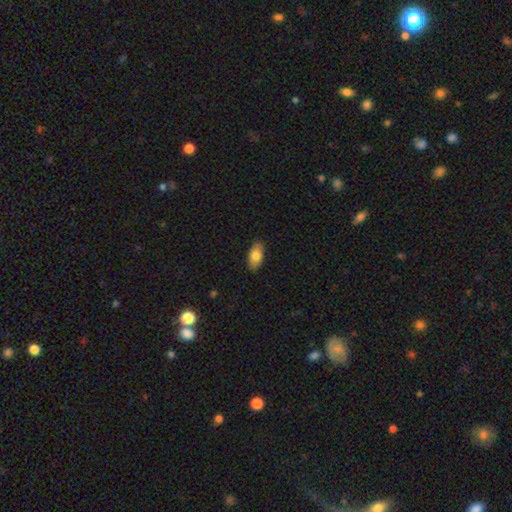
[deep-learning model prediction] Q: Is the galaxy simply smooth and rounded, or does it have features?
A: smooth — 79%.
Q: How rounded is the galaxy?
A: in between — 92%.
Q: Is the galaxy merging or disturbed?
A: none — 87%.